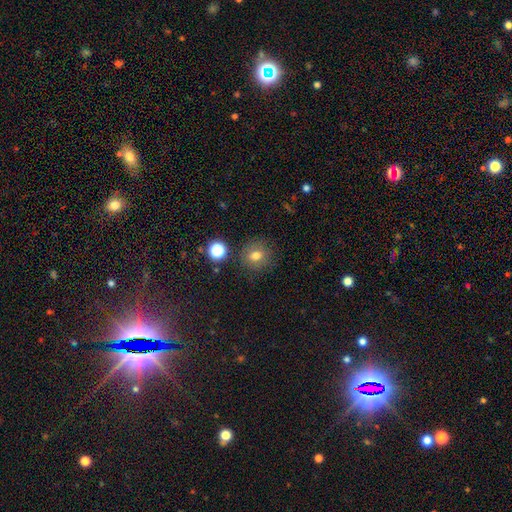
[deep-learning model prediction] This is likely a smooth galaxy (74%). How rounded: likely round (79%). Merging: clearly none (83%).